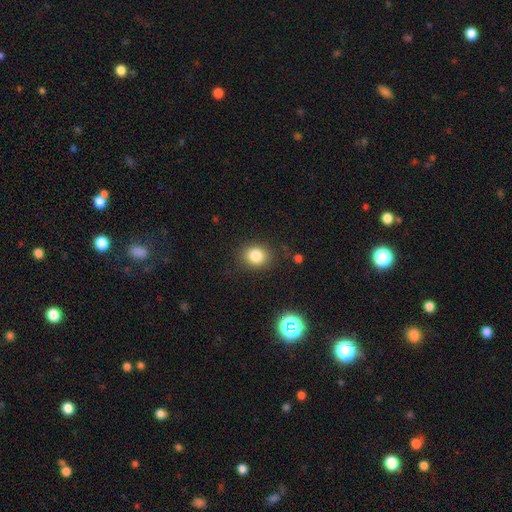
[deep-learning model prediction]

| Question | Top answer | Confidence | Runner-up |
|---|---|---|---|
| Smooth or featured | smooth | 82% | star or artifact (12%) |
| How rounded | round | 69% | in between (30%) |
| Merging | none | 85% | minor disturbance (10%) |